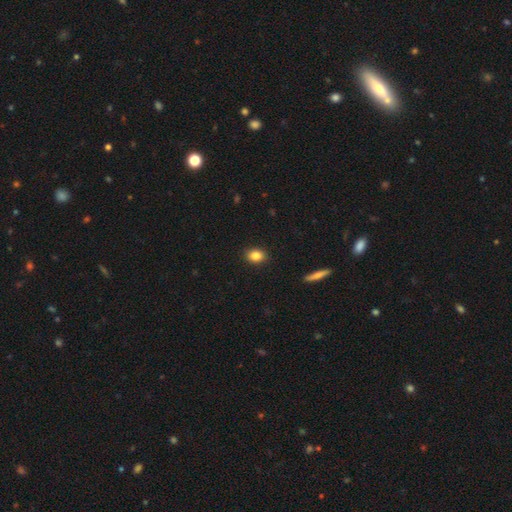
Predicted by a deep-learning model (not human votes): Smooth or featured?
  - smooth: 85% *
  - star or artifact: 9%
  - featured or disk: 6%
How rounded?
  - in between: 61% *
  - round: 37%
  - cigar-shaped: 2%
Merging?
  - none: 90% *
  - minor disturbance: 7%
  - major disturbance: 2%
  - merger: 1%